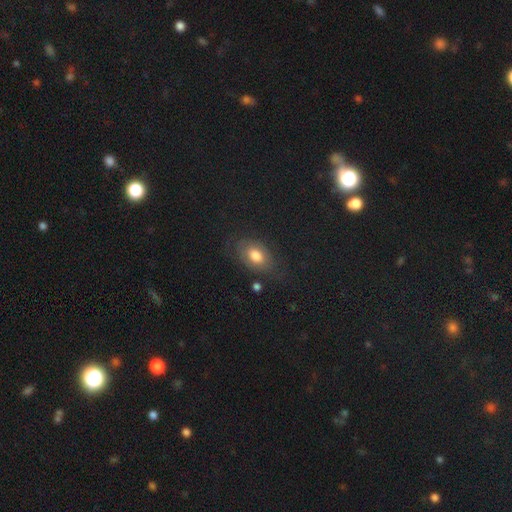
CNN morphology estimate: Q: Smooth or featured?
A: smooth (62%); runner-up: featured or disk (25%)
Q: How rounded?
A: in between (86%); runner-up: round (12%)
Q: Merging?
A: none (71%); runner-up: minor disturbance (19%)